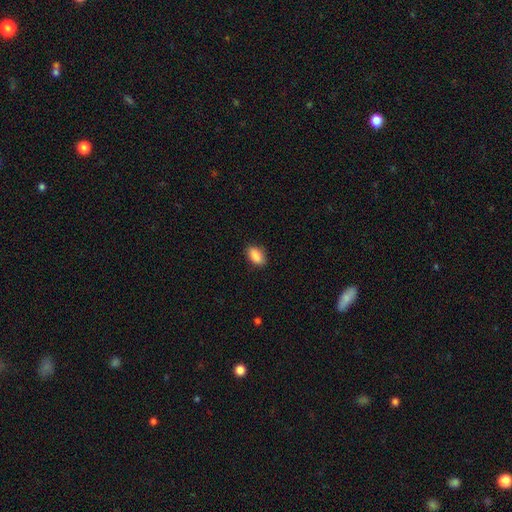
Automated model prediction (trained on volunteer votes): This is clearly a smooth galaxy (89%). How rounded: clearly in between (90%). Merging: clearly none (85%).